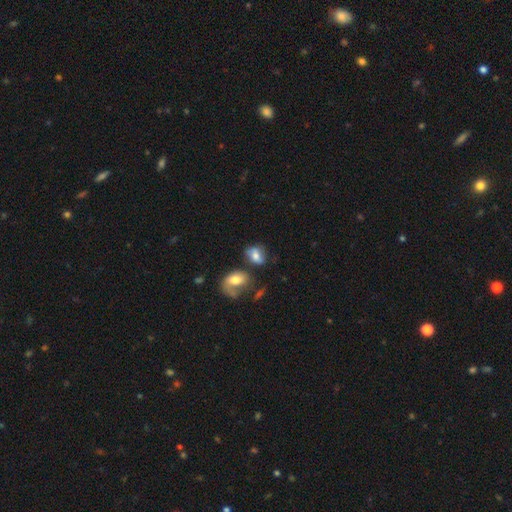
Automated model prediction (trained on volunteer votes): This appears to be a smooth galaxy with no disk features (69%) that is in between round and cigar-shaped (71%). Merging: none (48%).